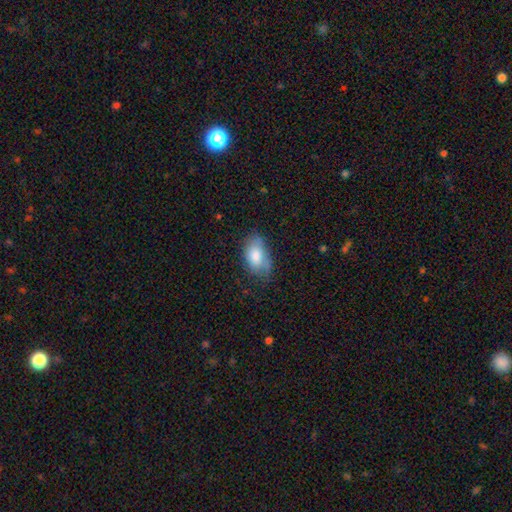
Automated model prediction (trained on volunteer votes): smooth-or-featured: smooth: 80% | featured or disk: 14% | star or artifact: 7%
  how-rounded: in between: 93% | round: 6% | cigar-shaped: 2%
  merging: none: 59% | minor disturbance: 30% | major disturbance: 9% | merger: 2%